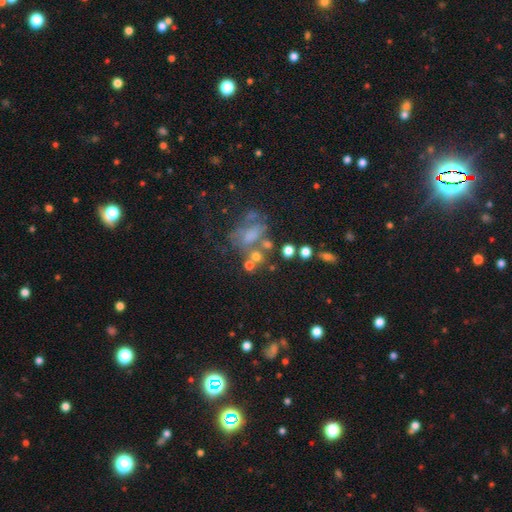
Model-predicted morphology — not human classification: Smooth or featured: featured or disk — 45% (smooth — 31%)
Merging: none — 35% (major disturbance — 28%)